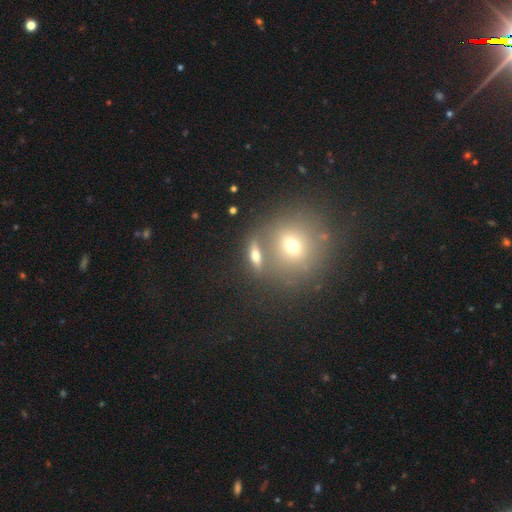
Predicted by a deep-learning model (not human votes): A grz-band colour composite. It shows a smooth galaxy with no disk features (53%) that is in between round and cigar-shaped (42%). Merging: none (64%).